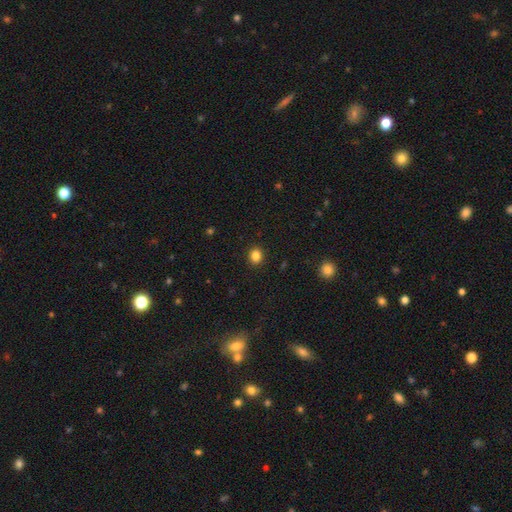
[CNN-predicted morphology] This is clearly a smooth galaxy (85%). How rounded: likely round (71%). Merging: clearly none (92%).